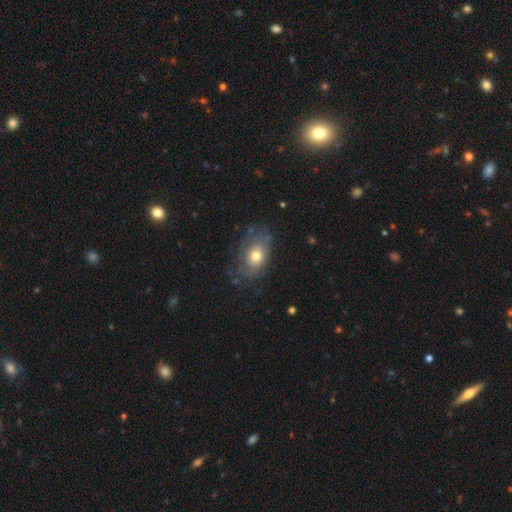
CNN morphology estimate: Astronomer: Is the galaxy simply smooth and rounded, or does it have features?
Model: smooth — 55% (runner-up: featured or disk, 37%).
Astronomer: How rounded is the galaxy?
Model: in between — 81%.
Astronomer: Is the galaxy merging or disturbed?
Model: none — 59%.